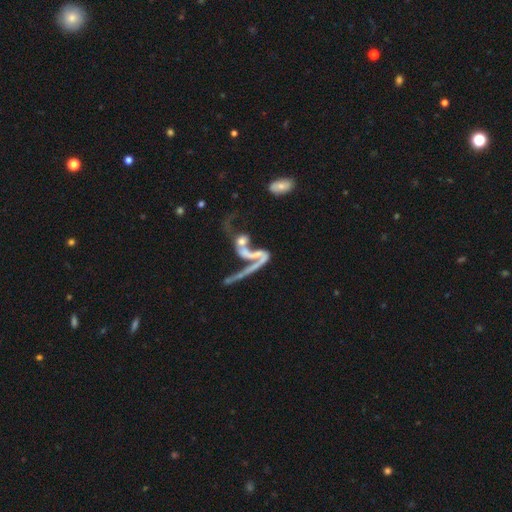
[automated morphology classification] featured or disk 69%, smooth 20%, star or artifact 10%. Down the decision tree: edge-on disk — no (89%); bar — no (63%); spiral arms — yes (62%); bulge size — none (41%); merging — merger (63%).